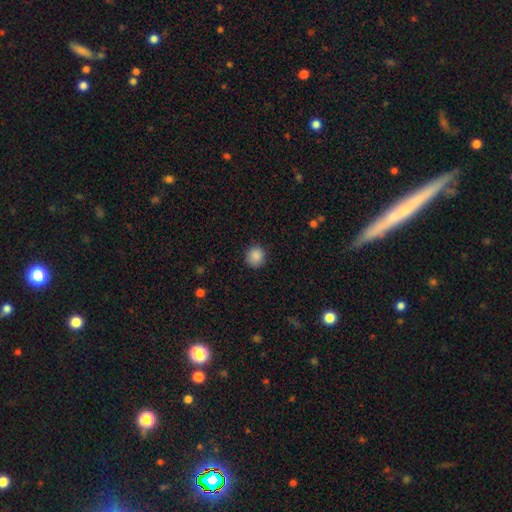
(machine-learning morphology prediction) Smooth or featured? smooth (88%)
How rounded? round (89%)
Merging? none (89%)